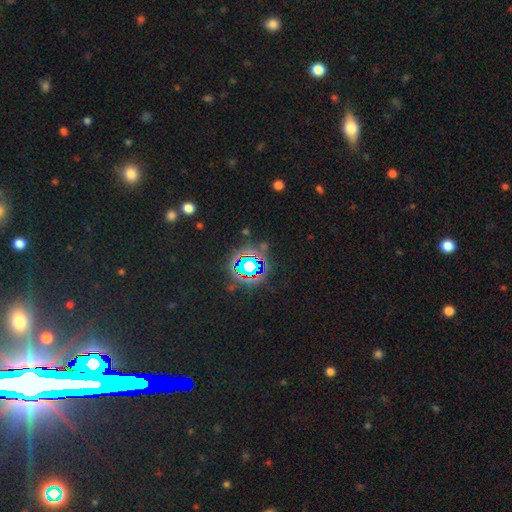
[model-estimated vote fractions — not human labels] Smooth or featured? Predicted: star or artifact (p=0.76).